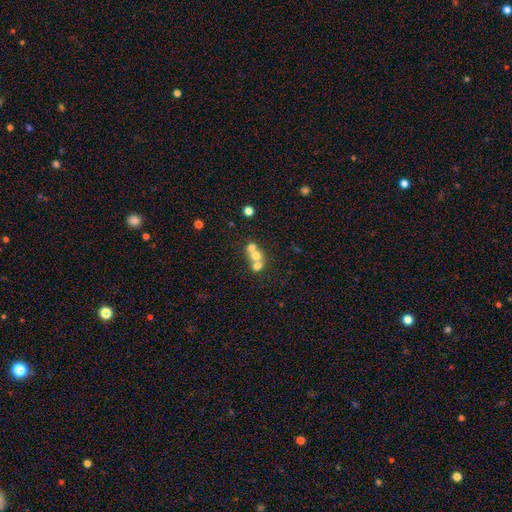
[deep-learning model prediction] Overall: smooth (60%; featured or disk 26%). How rounded: round (73%). Merging: merger (65%; none 26%).